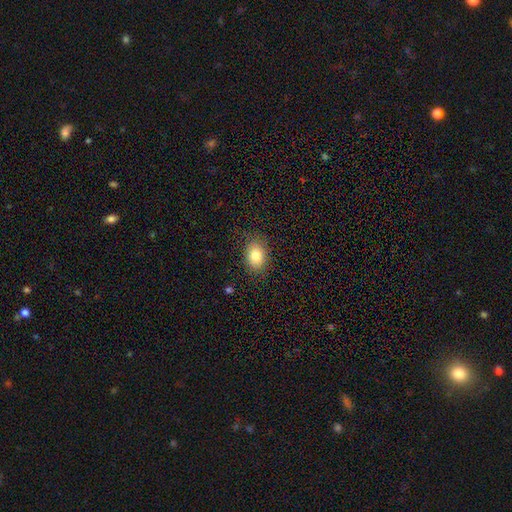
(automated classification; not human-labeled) A smooth galaxy with no disk features (81%) that is in between round and cigar-shaped (74%). Merging: none (85%).